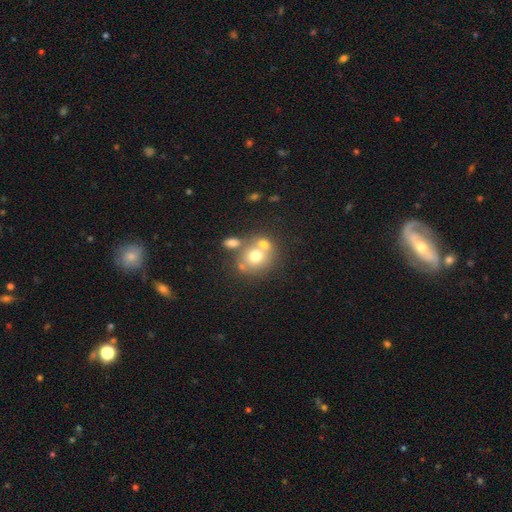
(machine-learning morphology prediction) smooth_or_featured: smooth (p=0.66) [alt: featured or disk p=0.22]
how_rounded: round (p=0.76) [alt: in between p=0.23]
merging: merger (p=0.44) [alt: none p=0.43]